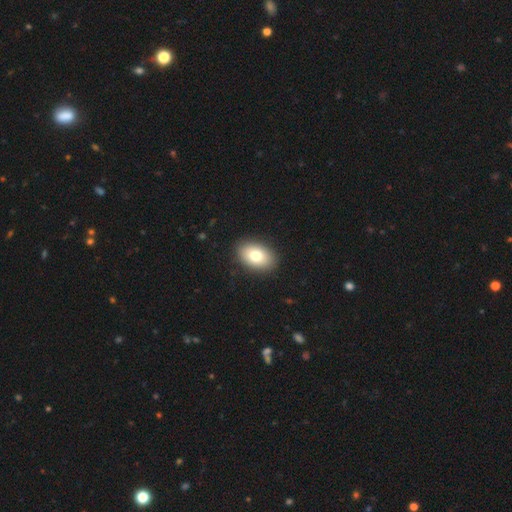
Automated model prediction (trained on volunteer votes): Smooth or featured?
  - smooth: 79% *
  - featured or disk: 14%
  - star or artifact: 8%
How rounded?
  - in between: 86% *
  - round: 13%
  - cigar-shaped: 1%
Merging?
  - none: 90% *
  - minor disturbance: 7%
  - major disturbance: 2%
  - merger: 1%